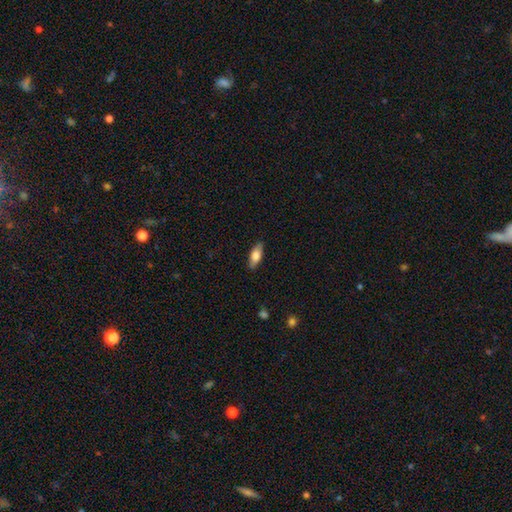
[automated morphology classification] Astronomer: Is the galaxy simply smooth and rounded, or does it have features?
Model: smooth — 70%.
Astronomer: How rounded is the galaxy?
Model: in between — 75%.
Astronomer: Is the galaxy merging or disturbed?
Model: none — 87%.